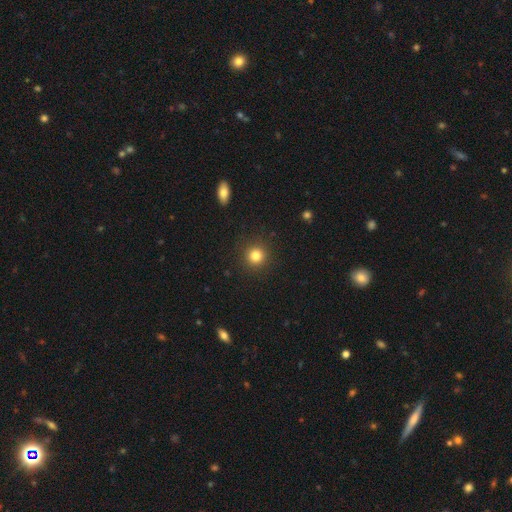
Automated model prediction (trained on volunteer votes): Smooth or featured? smooth (83%)
How rounded? round (93%)
Merging? none (91%)